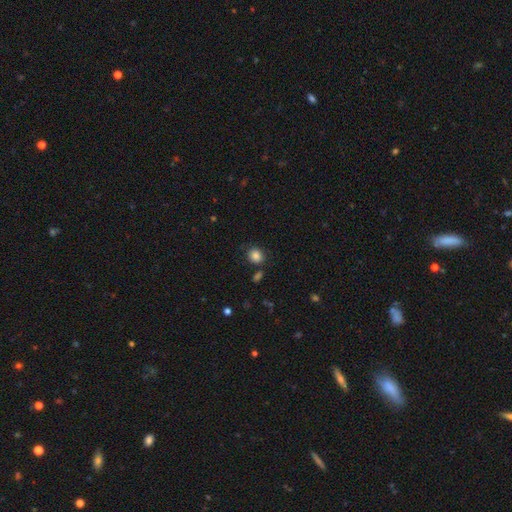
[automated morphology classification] type=smooth (85%); roundness=round (68%); merging=none (80%).